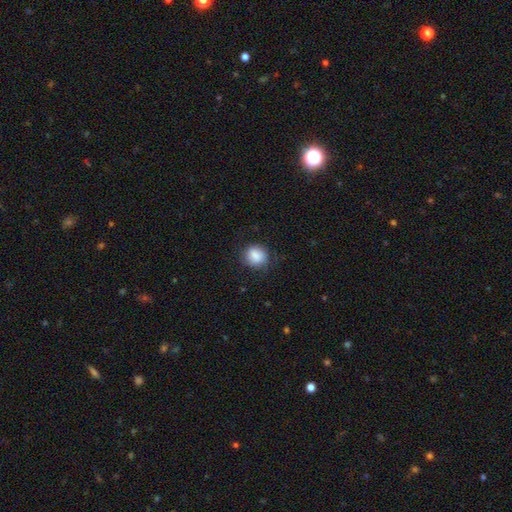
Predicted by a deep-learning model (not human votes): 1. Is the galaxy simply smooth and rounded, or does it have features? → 85% smooth, 8% star or artifact, 6% featured or disk.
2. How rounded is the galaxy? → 76% round, 23% in between, 1% cigar-shaped.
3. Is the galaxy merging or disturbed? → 76% none, 17% minor disturbance, 5% major disturbance, 1% merger.